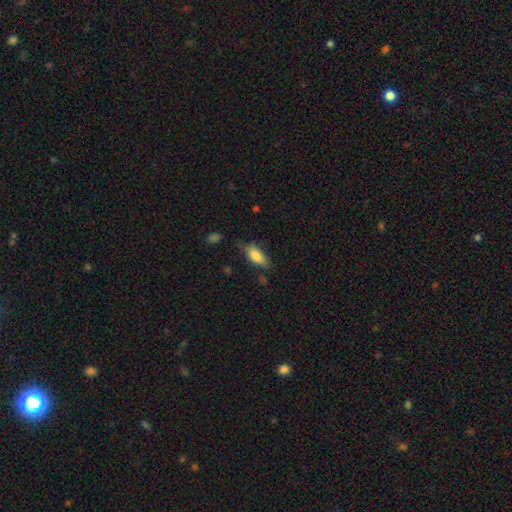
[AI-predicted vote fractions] smooth 80%, featured or disk 12%, star or artifact 7%. Down the decision tree: how rounded — in between (83%); merging — none (63%).